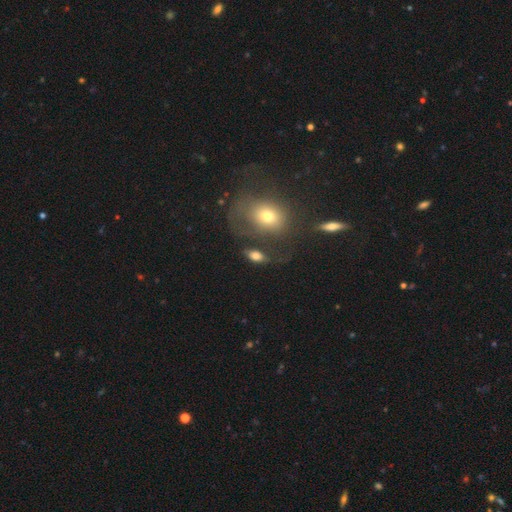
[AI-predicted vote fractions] Smooth or featured?
  - smooth: 68% *
  - featured or disk: 22%
  - star or artifact: 11%
How rounded?
  - in between: 81% *
  - round: 12%
  - cigar-shaped: 6%
Merging?
  - none: 52% *
  - minor disturbance: 19%
  - major disturbance: 17%
  - merger: 12%